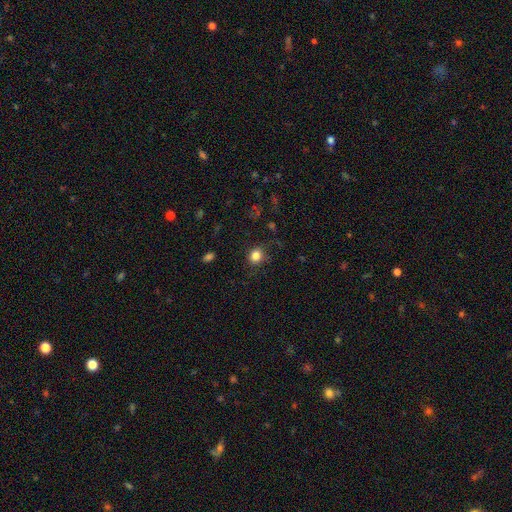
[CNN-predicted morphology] type=smooth (83%); roundness=round (80%); merging=none (79%).